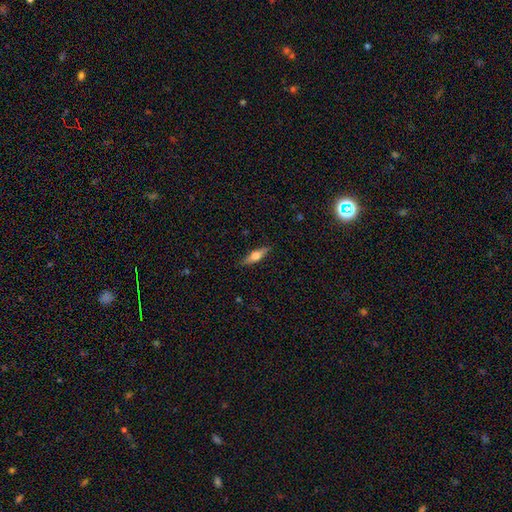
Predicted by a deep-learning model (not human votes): This is possibly a featured or disk galaxy (48%). Merging: clearly none (87%).